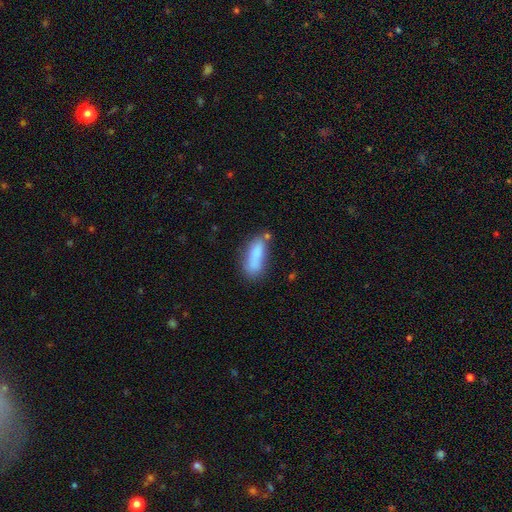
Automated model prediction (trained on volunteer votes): Q: Smooth or featured?
A: smooth (81%); runner-up: featured or disk (11%)
Q: How rounded?
A: in between (60%); runner-up: cigar-shaped (37%)
Q: Merging?
A: none (55%); runner-up: minor disturbance (24%)